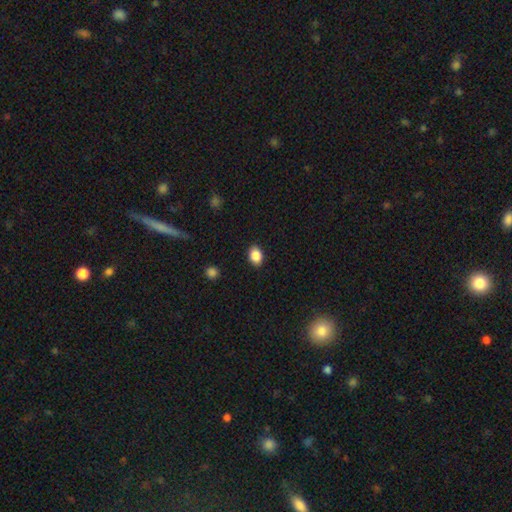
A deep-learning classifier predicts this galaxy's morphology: Smooth or featured? Predicted: smooth (p=0.88). How rounded? Predicted: in between (p=0.74). Merging? Predicted: none (p=0.88).